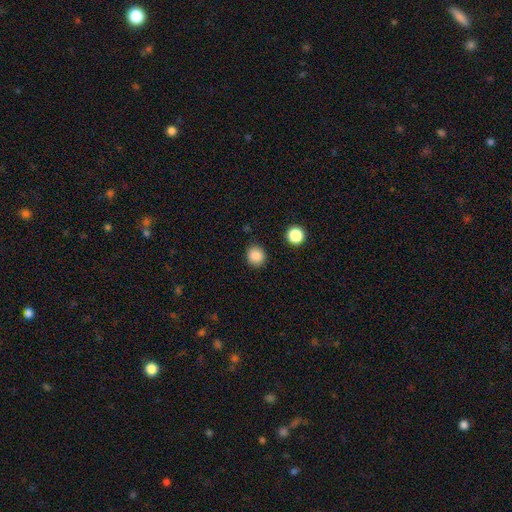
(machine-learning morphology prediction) A smooth galaxy with no disk features (86%) that is round (85%). Merging: none (87%).